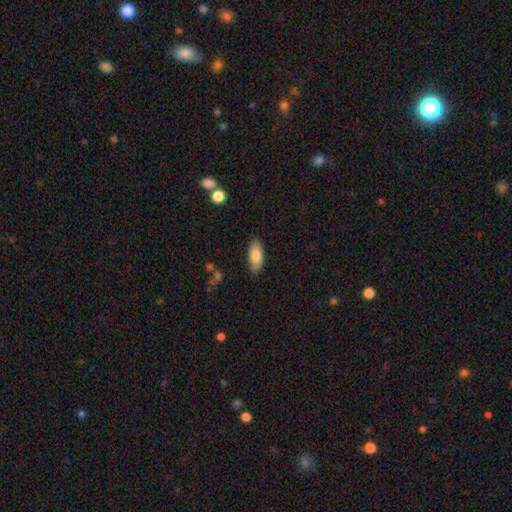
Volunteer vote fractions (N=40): Smooth or featured?
  - smooth: 75% *
  - featured or disk: 15%
  - star or artifact: 10%
How rounded?
  - in between: 77% *
  - cigar-shaped: 23%
  - round: 0%
Merging?
  - none: 89% *
  - minor disturbance: 8%
  - major disturbance: 3%
  - merger: 0%